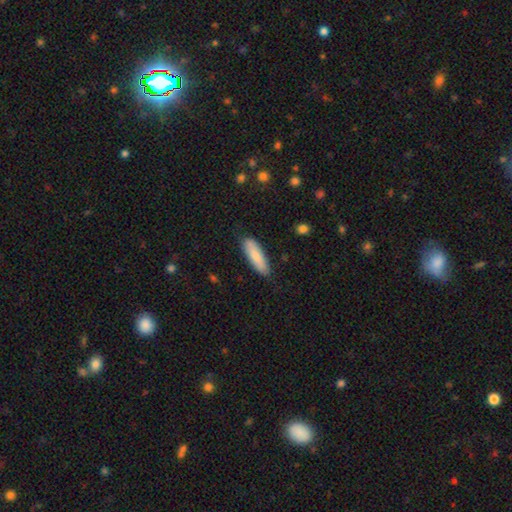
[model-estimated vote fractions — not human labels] A smooth galaxy with no disk features (85%) that is cigar-shaped (50%). Merging: none (84%).